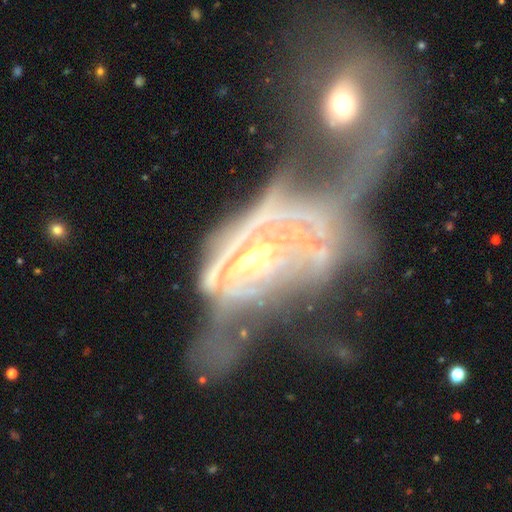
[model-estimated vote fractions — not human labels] Smooth or featured: featured or disk — 78% (smooth — 11%)
Edge-on disk: no — 88% (yes — 12%)
Bar: no — 64% (weak — 22%)
Spiral arms: yes — 53% (no — 47%)
Bulge size: moderate — 60% (small — 25%)
Merging: merger — 64% (major disturbance — 23%)